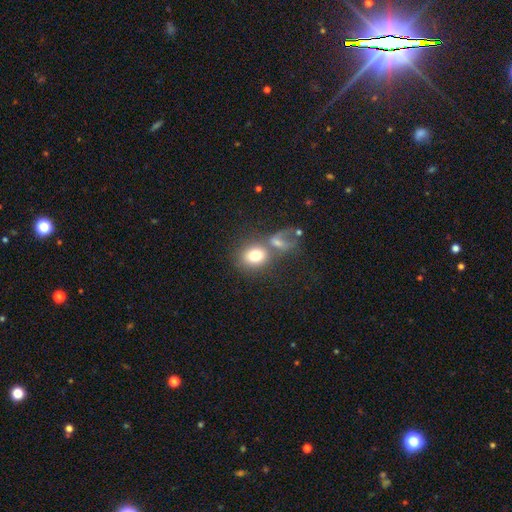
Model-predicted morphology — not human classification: The model was most divided on "merging": merger: 42%, none: 39%, minor disturbance: 11%, major disturbance: 9%. More confident: smooth or featured — smooth (76%); how rounded — round (52%).